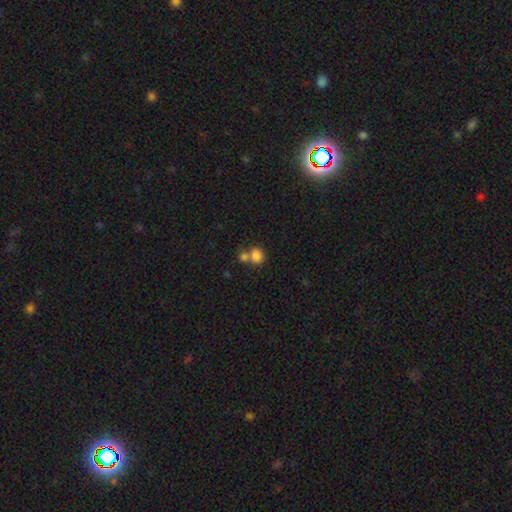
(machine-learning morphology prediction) Smooth or featured?
  - smooth: 82% *
  - star or artifact: 11%
  - featured or disk: 7%
How rounded?
  - round: 69% *
  - in between: 30%
  - cigar-shaped: 1%
Merging?
  - merger: 46% *
  - none: 41%
  - minor disturbance: 8%
  - major disturbance: 4%